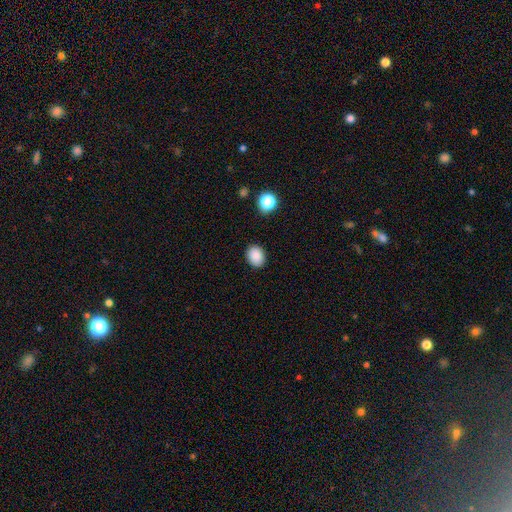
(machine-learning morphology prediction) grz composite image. It shows a smooth galaxy with no disk features (87%) that is in between round and cigar-shaped (55%). Merging: none (88%).